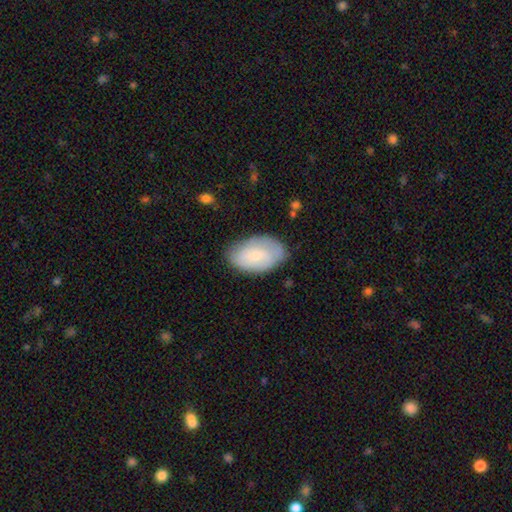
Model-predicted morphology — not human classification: Smooth or featured: smooth — 59% (featured or disk — 35%)
How rounded: in between — 92% (round — 7%)
Merging: none — 74% (minor disturbance — 20%)